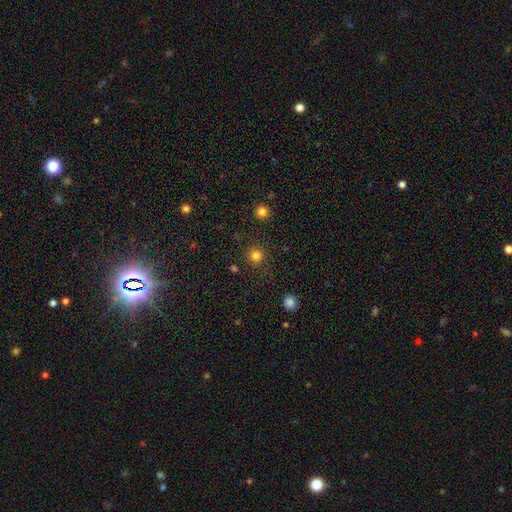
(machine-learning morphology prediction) This is clearly a smooth galaxy (81%). How rounded: clearly round (95%). Merging: clearly none (89%).